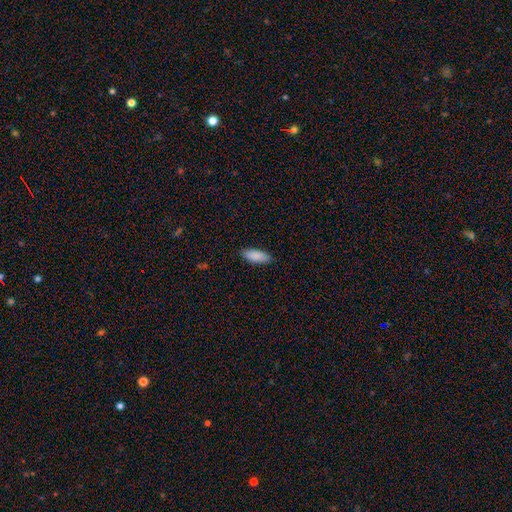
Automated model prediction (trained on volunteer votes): This is clearly a smooth galaxy (90%). How rounded: likely in between (73%). Merging: clearly none (89%).